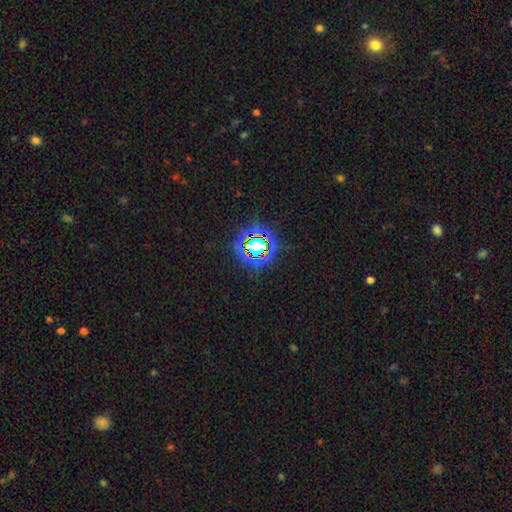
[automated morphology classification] The model was most divided on "smooth or featured": star or artifact: 78%, smooth: 14%, featured or disk: 8%.